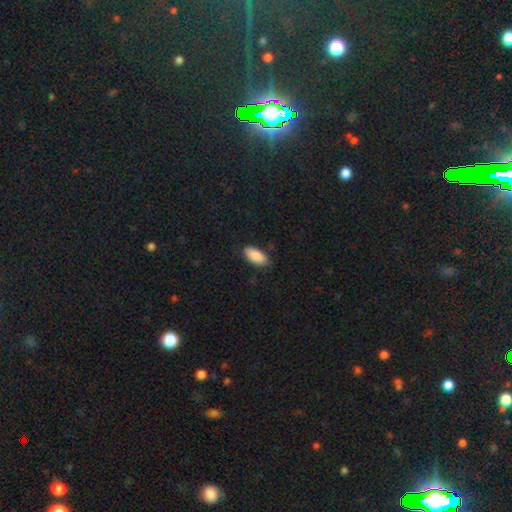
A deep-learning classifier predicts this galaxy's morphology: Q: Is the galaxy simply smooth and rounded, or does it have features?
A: smooth — 89%.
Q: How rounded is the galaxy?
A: in between — 92%.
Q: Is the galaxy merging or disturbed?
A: none — 84%.